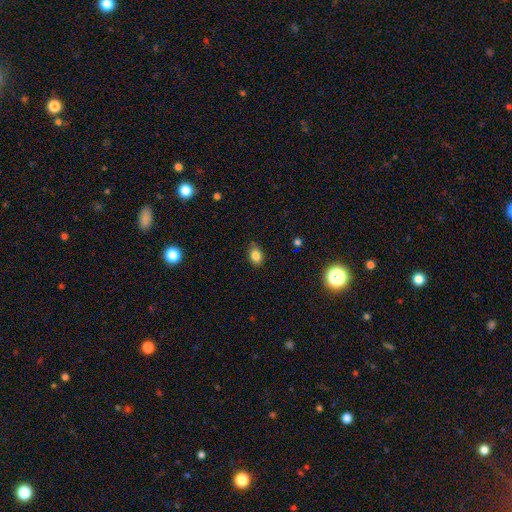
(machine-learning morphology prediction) This is clearly a smooth galaxy (83%). How rounded: likely in between (74%). Merging: clearly none (81%).